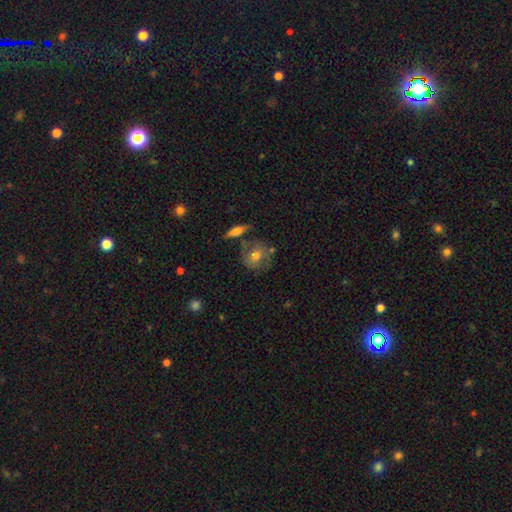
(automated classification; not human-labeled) A smooth galaxy with no disk features (51%) that is round (76%). Merging: none (63%).